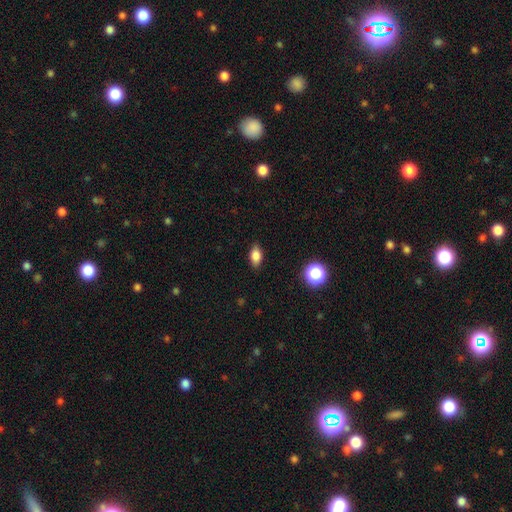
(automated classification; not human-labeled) Overall: smooth (82%). How rounded: in between (85%). Merging: none (86%).